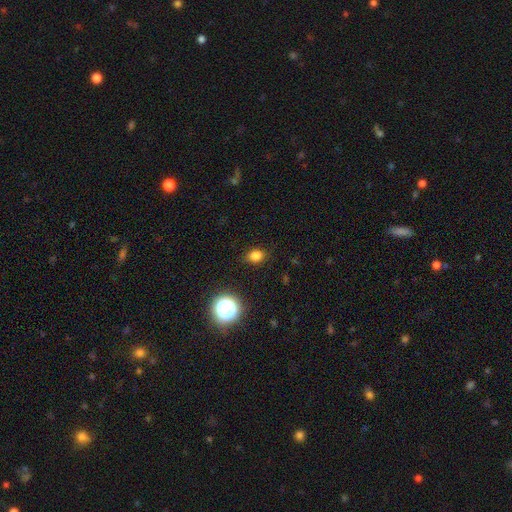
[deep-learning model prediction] Morphology: type=smooth (79%); roundness=in between (52%); merging=none (83%).